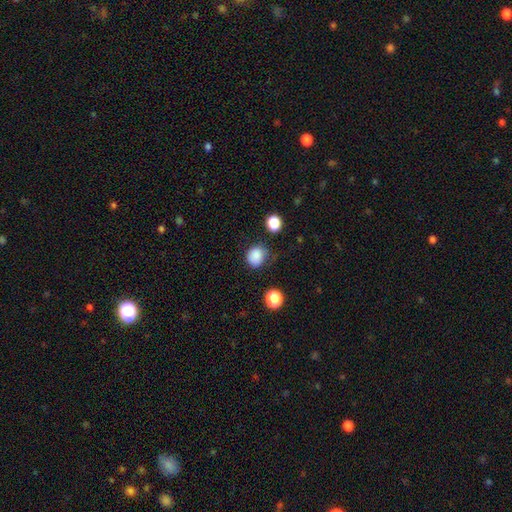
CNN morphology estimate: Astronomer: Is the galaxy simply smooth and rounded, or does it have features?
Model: smooth — 86%.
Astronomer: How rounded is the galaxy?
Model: round — 75%.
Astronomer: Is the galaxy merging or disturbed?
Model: none — 70%.